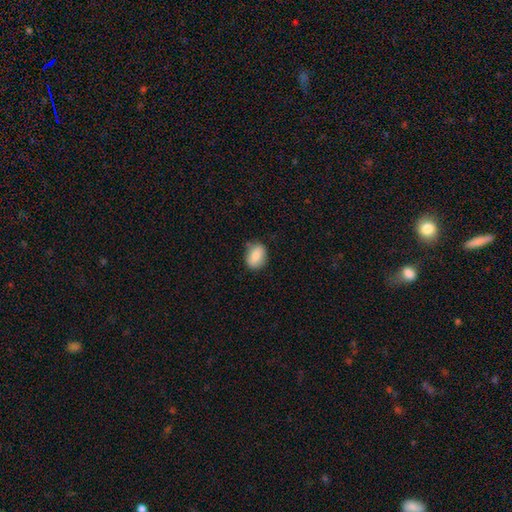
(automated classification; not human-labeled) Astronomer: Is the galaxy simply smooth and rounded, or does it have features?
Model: smooth — 82%.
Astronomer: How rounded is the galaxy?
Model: in between — 64%.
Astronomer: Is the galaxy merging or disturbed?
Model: none — 77%.